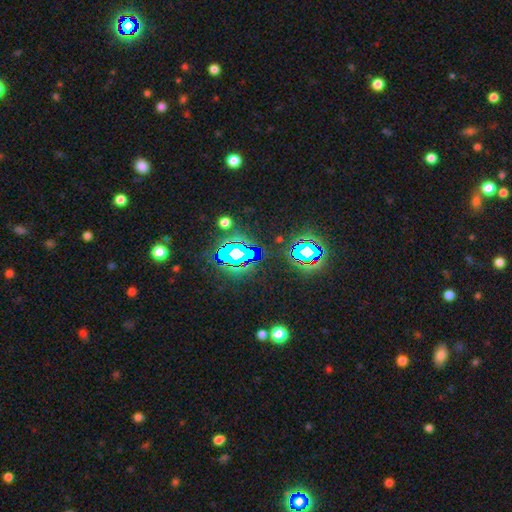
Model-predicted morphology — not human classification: A star or artifact, not a galaxy (80%).

Vote fractions:
- Smooth or featured? star or artifact: 80% / smooth: 12% / featured or disk: 8%